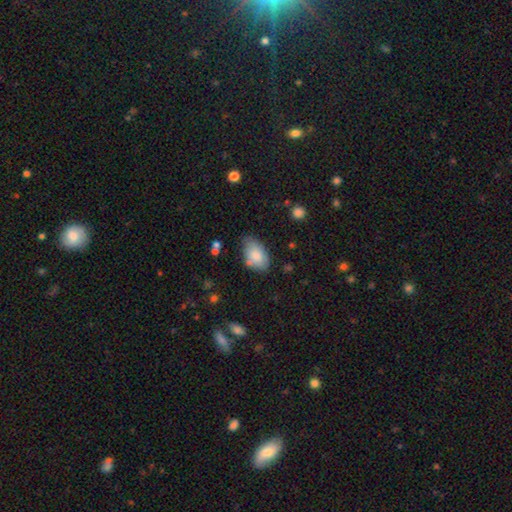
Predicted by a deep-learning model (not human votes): A smooth galaxy with no disk features (82%) that is in between round and cigar-shaped (92%).

Vote fractions:
- Smooth or featured? smooth: 82% / featured or disk: 11% / star or artifact: 7%
- How rounded? in between: 92% / round: 6% / cigar-shaped: 1%
- Merging? none: 61% / minor disturbance: 27% / major disturbance: 6% / merger: 6%